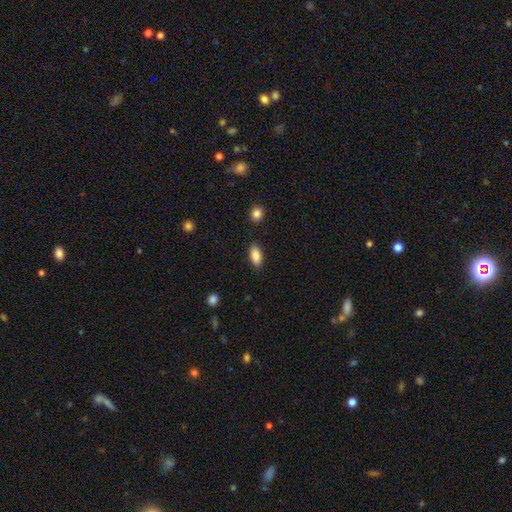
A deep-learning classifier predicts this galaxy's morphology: smooth_or_featured: smooth (p=0.87) [alt: star or artifact p=0.08]
how_rounded: in between (p=0.90) [alt: cigar-shaped p=0.06]
merging: none (p=0.85) [alt: minor disturbance p=0.10]